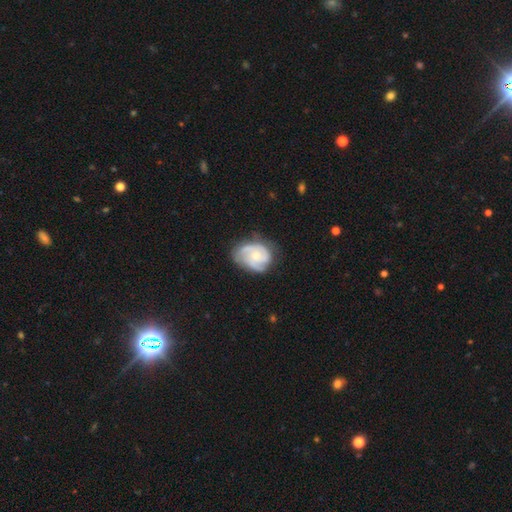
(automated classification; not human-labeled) Smooth or featured?
  - featured or disk: 75% *
  - smooth: 20%
  - star or artifact: 5%
Edge-on disk?
  - no: 98% *
  - yes: 2%
Bar?
  - no: 74% *
  - weak: 23%
  - strong: 3%
Spiral arms?
  - yes: 93% *
  - no: 7%
Spiral winding?
  - tight: 45% *
  - medium: 43%
  - loose: 13%
Spiral arm count?
  - 3: 45% *
  - 2: 27%
  - can't tell: 16%
  - 4: 5%
  - 1: 4%
  - more than 4: 3%
Bulge size?
  - small: 50% *
  - moderate: 42%
  - none: 4%
  - large: 3%
  - dominant: 1%
Merging?
  - none: 59% *
  - minor disturbance: 27%
  - major disturbance: 12%
  - merger: 2%